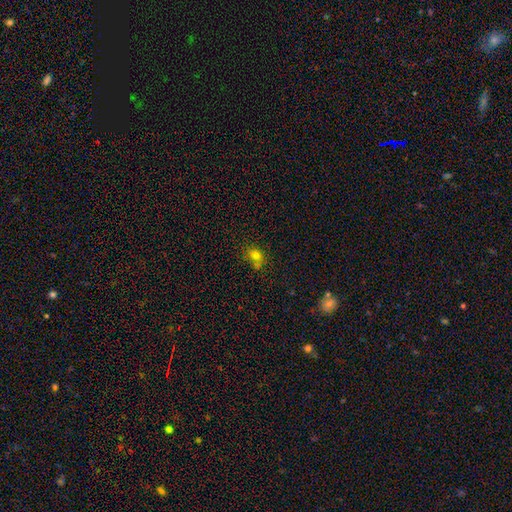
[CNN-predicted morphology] Smooth or featured: smooth — 75% (star or artifact — 17%)
How rounded: round — 57% (in between — 42%)
Merging: none — 50% (merger — 22%)